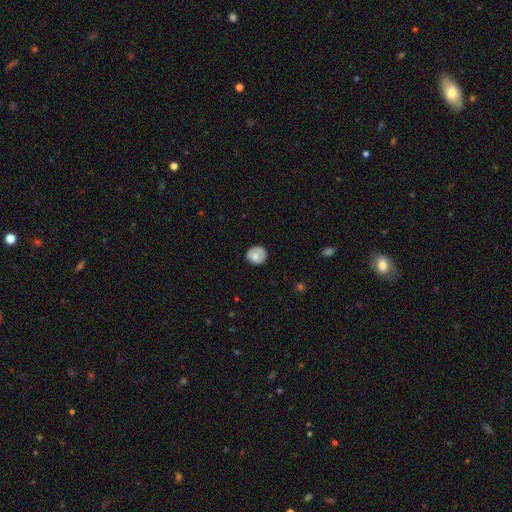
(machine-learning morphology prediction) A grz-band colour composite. It shows a smooth galaxy with no disk features (68%) that is round (82%). Merging: none (70%).